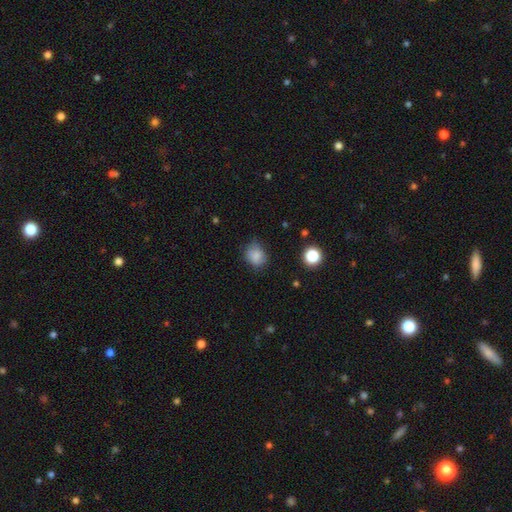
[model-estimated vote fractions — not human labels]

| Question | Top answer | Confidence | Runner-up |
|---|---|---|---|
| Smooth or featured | smooth | 80% | star or artifact (11%) |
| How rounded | round | 57% | in between (42%) |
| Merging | none | 58% | minor disturbance (31%) |